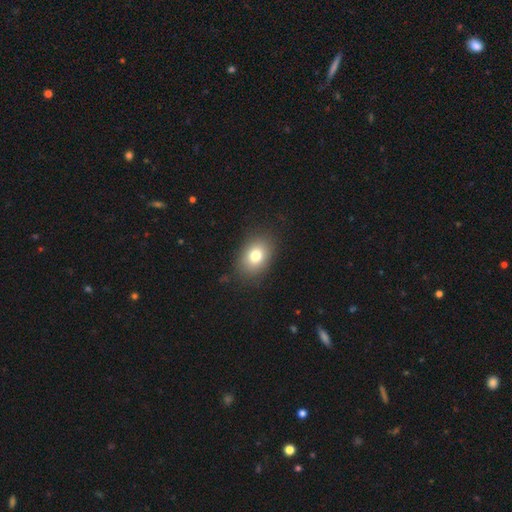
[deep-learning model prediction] Smooth or featured: smooth — 77% (featured or disk — 12%)
How rounded: in between — 72% (round — 27%)
Merging: none — 85% (minor disturbance — 10%)